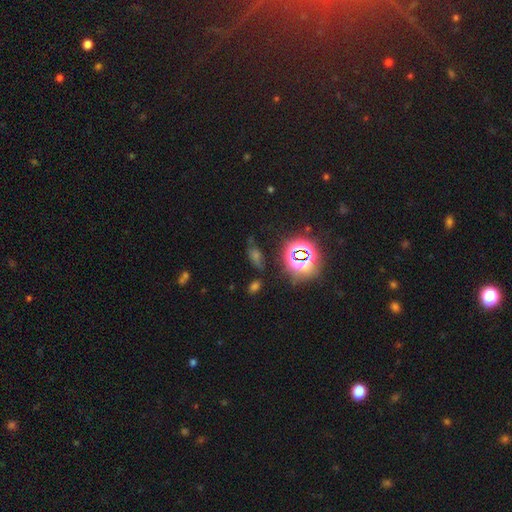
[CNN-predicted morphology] Smooth or featured?
  - star or artifact: 58% *
  - smooth: 27%
  - featured or disk: 15%